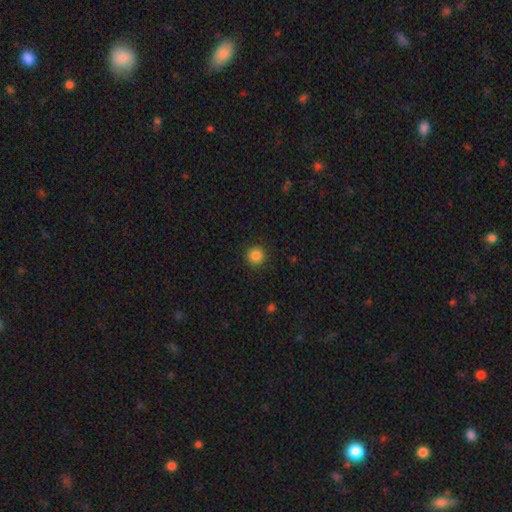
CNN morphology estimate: smooth_or_featured: smooth (p=0.85) [alt: star or artifact p=0.11]
how_rounded: round (p=0.95) [alt: in between p=0.04]
merging: none (p=0.92) [alt: minor disturbance p=0.05]